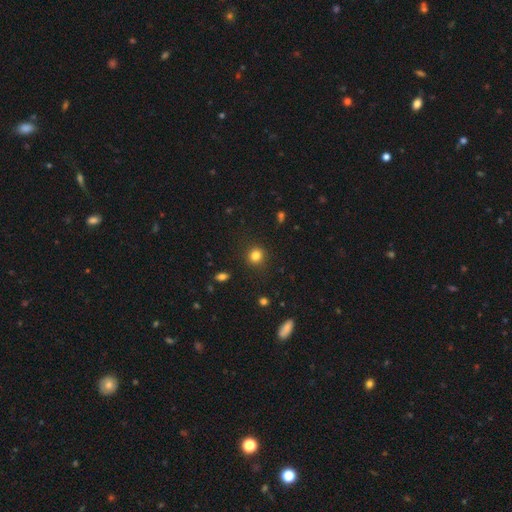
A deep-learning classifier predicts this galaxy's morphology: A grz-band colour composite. It shows a smooth galaxy with no disk features (82%) that is round (85%). Merging: none (88%).